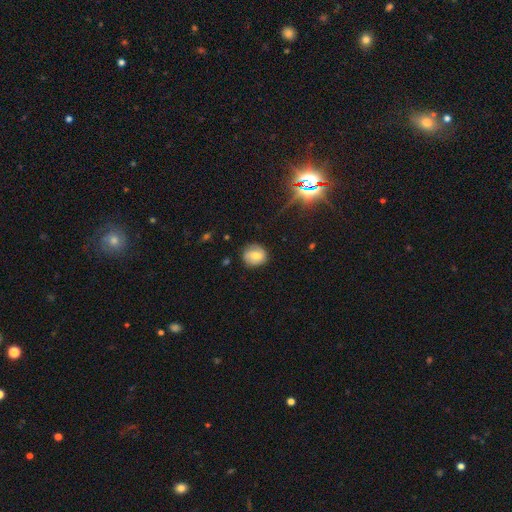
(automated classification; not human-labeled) A smooth galaxy with no disk features (56%) that is round (76%).

Vote fractions:
- Smooth or featured? smooth: 56% / featured or disk: 33% / star or artifact: 10%
- How rounded? round: 76% / in between: 23% / cigar-shaped: 1%
- Merging? none: 79% / minor disturbance: 16% / major disturbance: 4% / merger: 1%